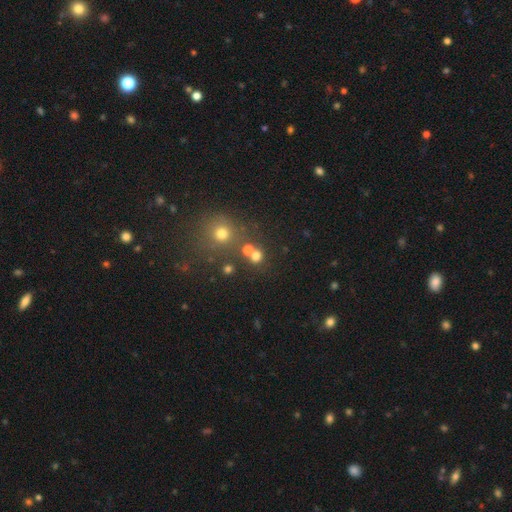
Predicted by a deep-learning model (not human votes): smooth 71%, star or artifact 20%, featured or disk 9%. Down the decision tree: how rounded — round (84%); merging — none (61%).